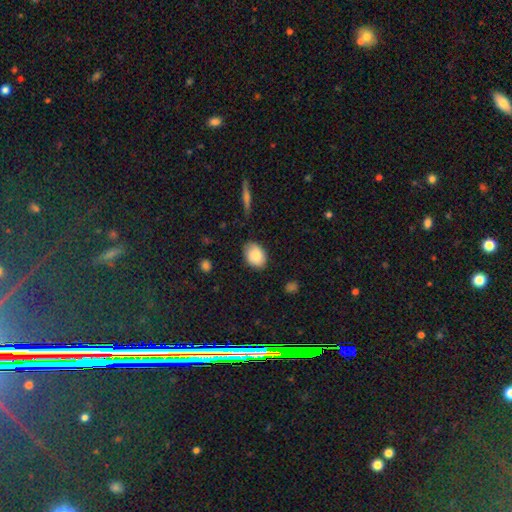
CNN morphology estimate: Overall: smooth (84%). How rounded: in between (72%). Merging: none (82%).